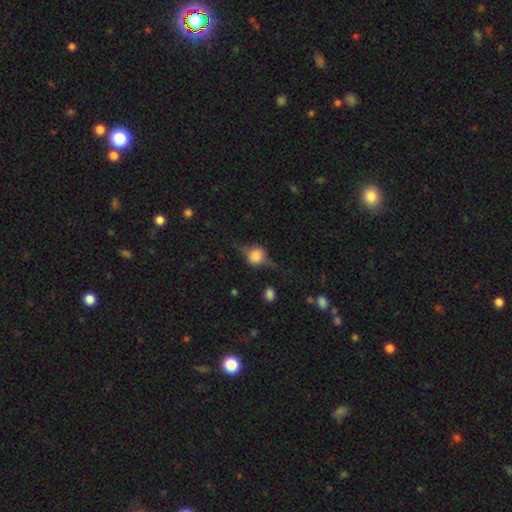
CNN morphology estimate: type=featured or disk (56%); edge-on=yes (92%); edge-on bulge=rounded (92%); merging=none (68%).